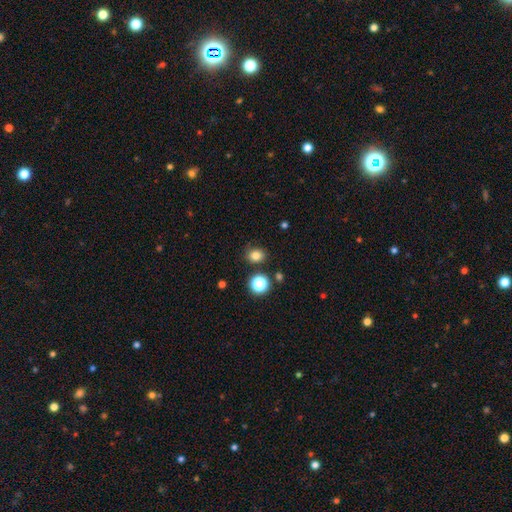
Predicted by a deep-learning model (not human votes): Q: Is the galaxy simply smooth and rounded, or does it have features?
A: smooth — 79%.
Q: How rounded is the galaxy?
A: round — 67%.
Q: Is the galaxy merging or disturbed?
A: none — 79%.